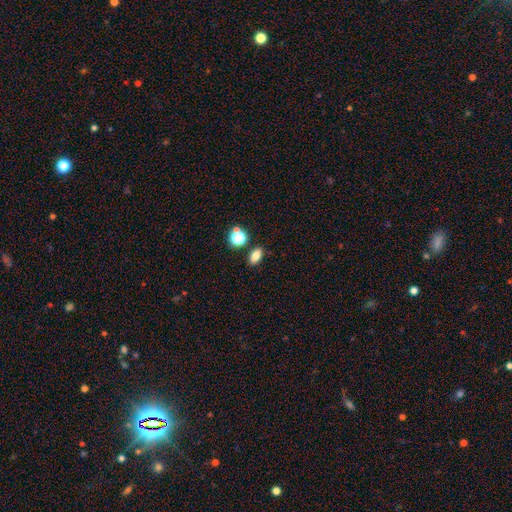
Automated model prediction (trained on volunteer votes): This is likely a smooth galaxy (80%). How rounded: clearly in between (80%). Merging: clearly none (84%).